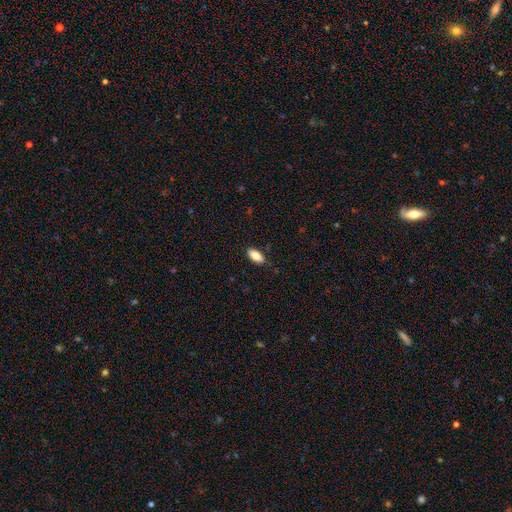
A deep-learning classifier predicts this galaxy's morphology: smooth 86%, featured or disk 8%, star or artifact 7%. Down the decision tree: how rounded — in between (88%); merging — none (87%).